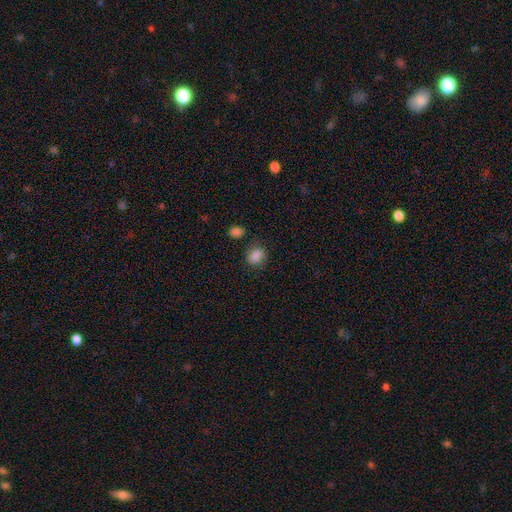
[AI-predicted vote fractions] A smooth galaxy with no disk features (85%) that is round (61%).

Vote fractions:
- Smooth or featured? smooth: 85% / star or artifact: 10% / featured or disk: 5%
- How rounded? round: 61% / in between: 38% / cigar-shaped: 1%
- Merging? none: 74% / minor disturbance: 16% / merger: 5% / major disturbance: 5%